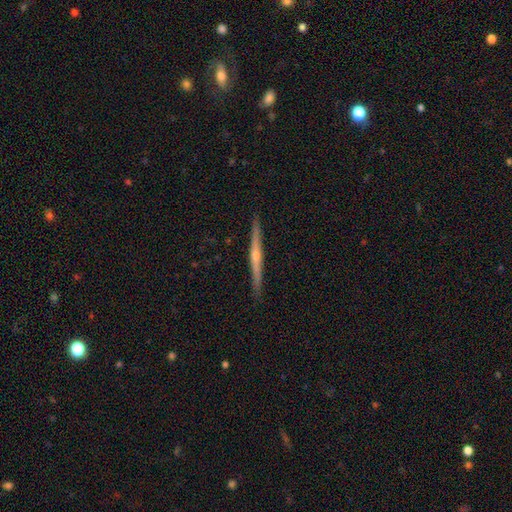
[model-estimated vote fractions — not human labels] The model was most divided on "edge-on bulge": rounded: 75%, none: 21%, boxy: 4%. More confident: edge-on disk — yes (98%); merging — none (92%); smooth or featured — featured or disk (76%).